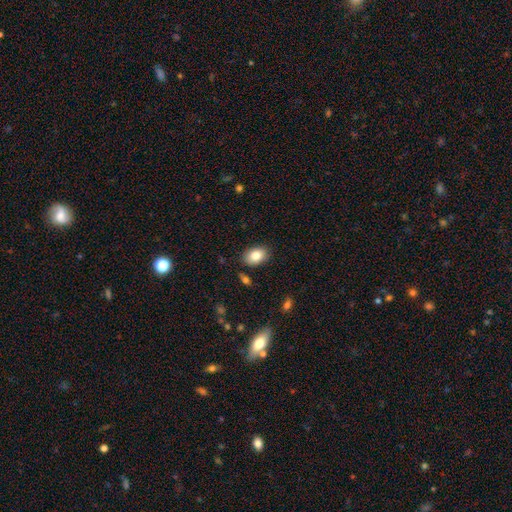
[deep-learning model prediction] smooth-or-featured: smooth: 84% | featured or disk: 9% | star or artifact: 7%
  how-rounded: in between: 86% | round: 12% | cigar-shaped: 1%
  merging: none: 84% | minor disturbance: 11% | major disturbance: 2% | merger: 2%